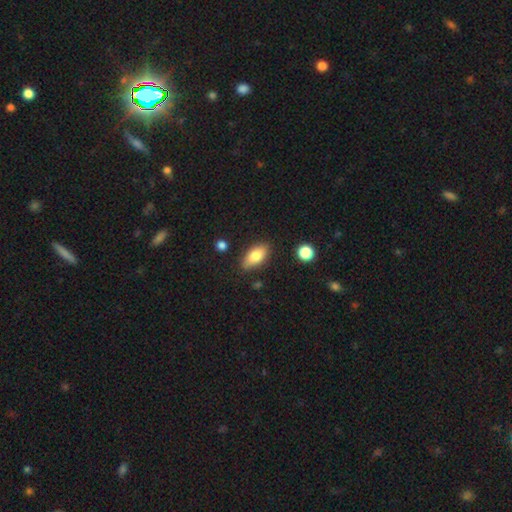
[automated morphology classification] smooth-or-featured: smooth: 79% | featured or disk: 14% | star or artifact: 7%
  how-rounded: in between: 88% | cigar-shaped: 9% | round: 4%
  merging: none: 82% | minor disturbance: 13% | major disturbance: 3% | merger: 2%